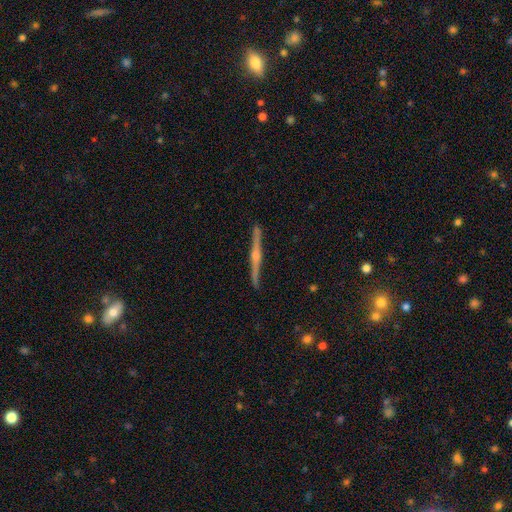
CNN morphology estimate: This appears to be a featured or disk galaxy (69%) viewed edge-on (95%) with a rounded central bulge (79%). Merging: none (86%).